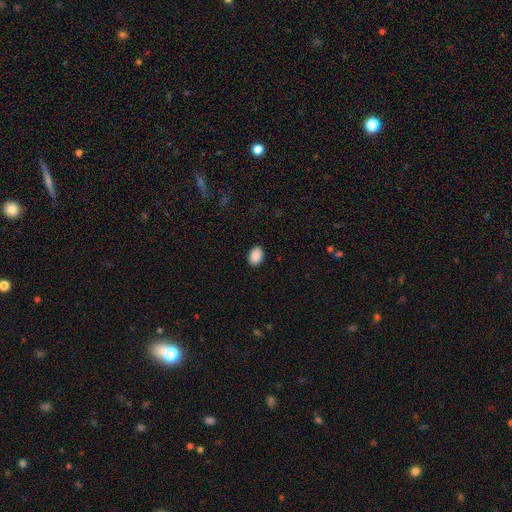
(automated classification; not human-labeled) A smooth galaxy with no disk features (90%) that is in between round and cigar-shaped (80%). Merging: none (90%).